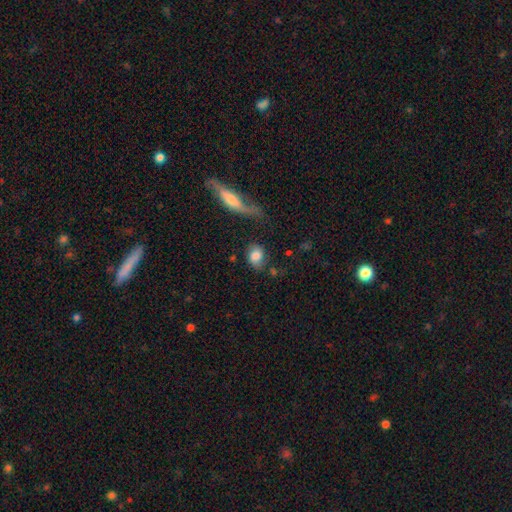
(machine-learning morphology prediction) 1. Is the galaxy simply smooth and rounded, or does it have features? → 71% smooth, 21% featured or disk, 8% star or artifact.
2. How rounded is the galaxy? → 58% in between, 40% round, 2% cigar-shaped.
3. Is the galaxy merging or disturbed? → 61% none, 20% minor disturbance, 11% major disturbance, 8% merger.